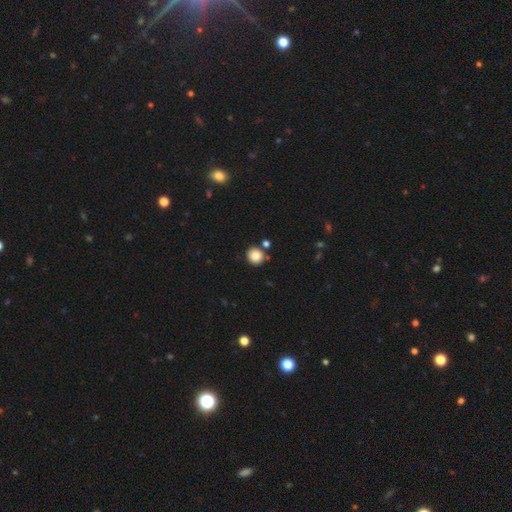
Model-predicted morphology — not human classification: The model was most divided on "merging": none: 80%, merger: 9%, minor disturbance: 8%, major disturbance: 2%. More confident: how rounded — round (90%); smooth or featured — smooth (85%).